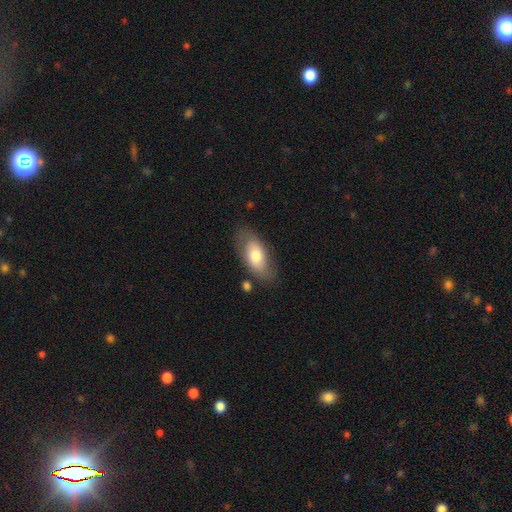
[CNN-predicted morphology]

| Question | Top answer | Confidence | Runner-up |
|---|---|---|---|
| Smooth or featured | smooth | 69% | featured or disk (25%) |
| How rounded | in between | 91% | cigar-shaped (5%) |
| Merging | none | 74% | minor disturbance (17%) |